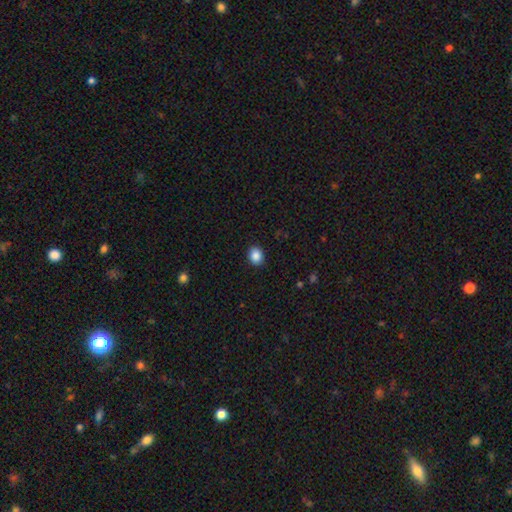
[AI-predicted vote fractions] Smooth or featured?
  - smooth: 88% *
  - star or artifact: 9%
  - featured or disk: 3%
How rounded?
  - round: 57% *
  - in between: 42%
  - cigar-shaped: 1%
Merging?
  - none: 91% *
  - minor disturbance: 6%
  - major disturbance: 2%
  - merger: 1%